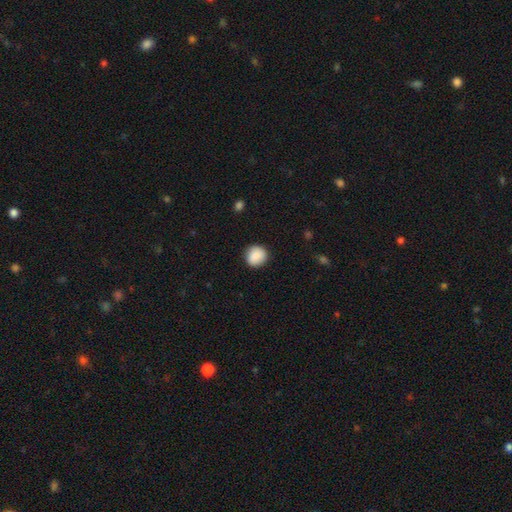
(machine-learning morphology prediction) type=smooth (89%); roundness=round (85%); merging=none (86%).